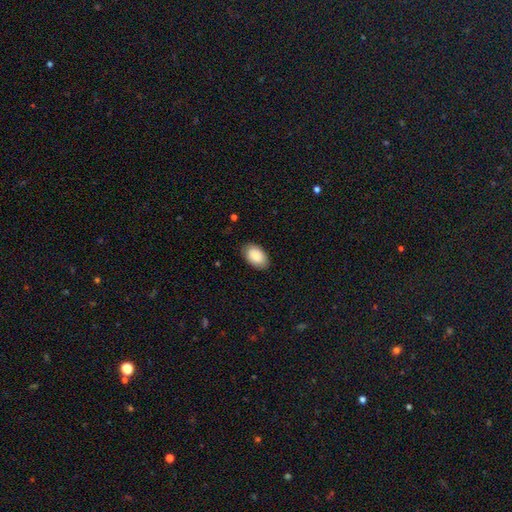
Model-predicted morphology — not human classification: Overall: smooth (87%). How rounded: in between (92%). Merging: none (83%).